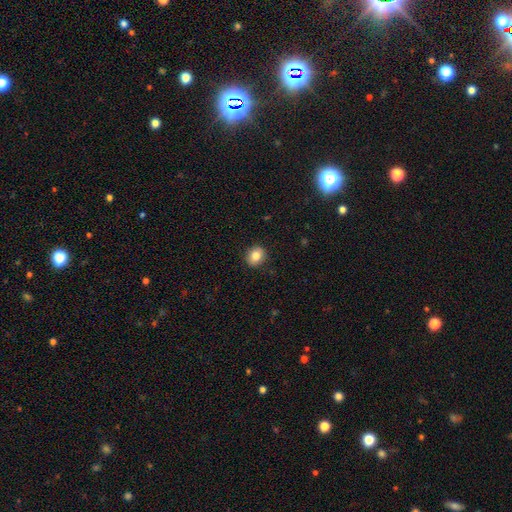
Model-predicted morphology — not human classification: This is clearly a smooth galaxy (82%). How rounded: likely round (69%). Merging: clearly none (89%).